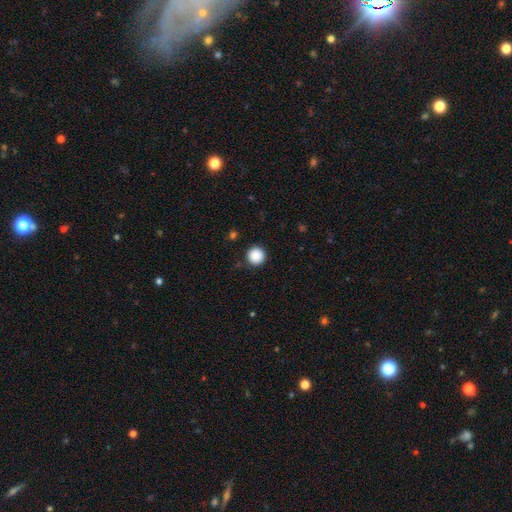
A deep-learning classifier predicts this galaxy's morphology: This appears to be a smooth galaxy with no disk features (88%) that is round (96%). Merging: none (90%).